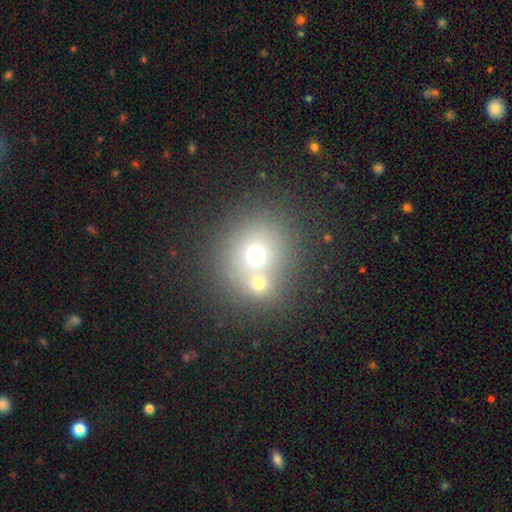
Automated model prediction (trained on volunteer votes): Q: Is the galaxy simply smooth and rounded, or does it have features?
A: smooth — 64%.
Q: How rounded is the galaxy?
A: round — 82%.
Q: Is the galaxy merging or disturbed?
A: merger — 50%.